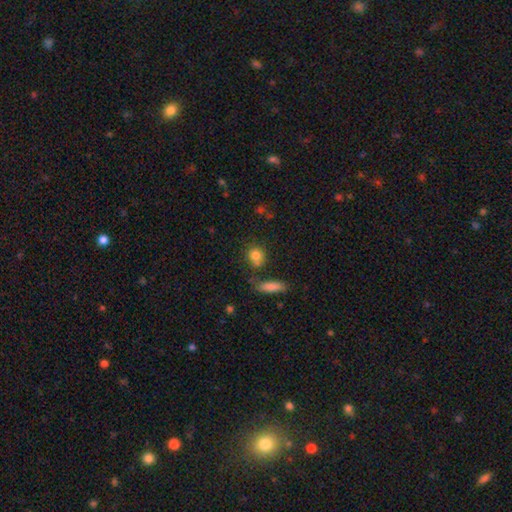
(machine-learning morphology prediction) smooth 82%, star or artifact 10%, featured or disk 8%. Down the decision tree: how rounded — round (68%); merging — none (61%).